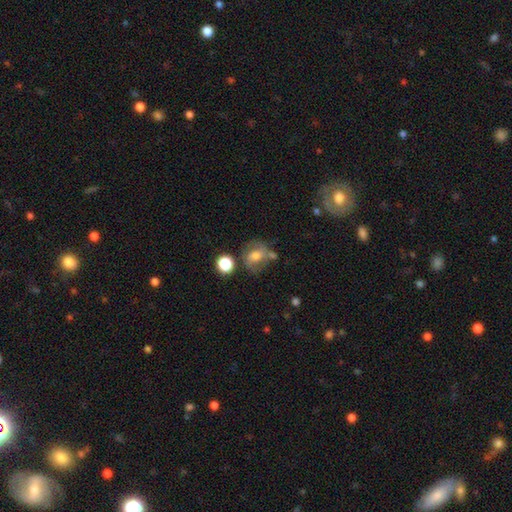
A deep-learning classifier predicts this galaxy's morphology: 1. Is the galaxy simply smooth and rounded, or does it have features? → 45% smooth, 43% featured or disk, 13% star or artifact.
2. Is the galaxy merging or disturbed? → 52% none, 22% minor disturbance, 13% merger, 13% major disturbance.